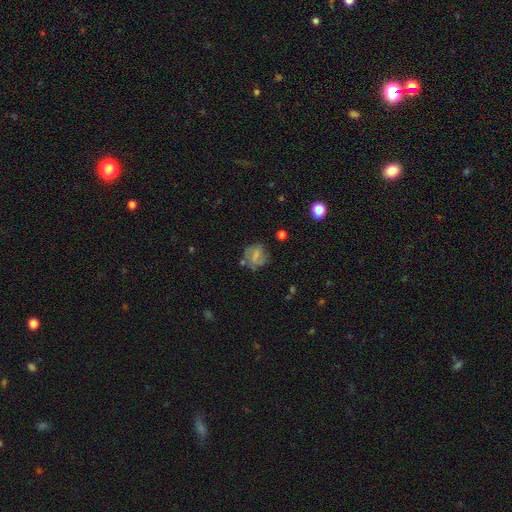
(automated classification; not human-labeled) This appears to be a smooth galaxy with no disk features (52%) that is round (62%). Merging: none (57%).